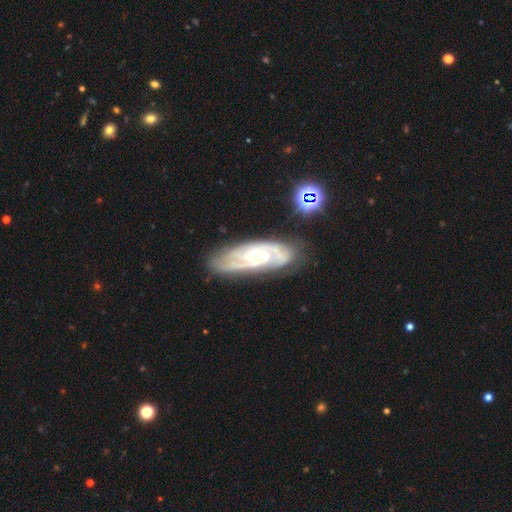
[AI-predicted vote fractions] Q: Smooth or featured?
A: featured or disk (87%); runner-up: smooth (8%)
Q: Edge-on disk?
A: no (91%); runner-up: yes (9%)
Q: Bar?
A: no (52%); runner-up: weak (37%)
Q: Spiral arms?
A: yes (97%); runner-up: no (3%)
Q: Spiral winding?
A: tight (66%); runner-up: medium (30%)
Q: Spiral arm count?
A: 2 (38%); runner-up: 3 (30%)
Q: Bulge size?
A: small (54%); runner-up: moderate (40%)
Q: Merging?
A: none (76%); runner-up: minor disturbance (17%)